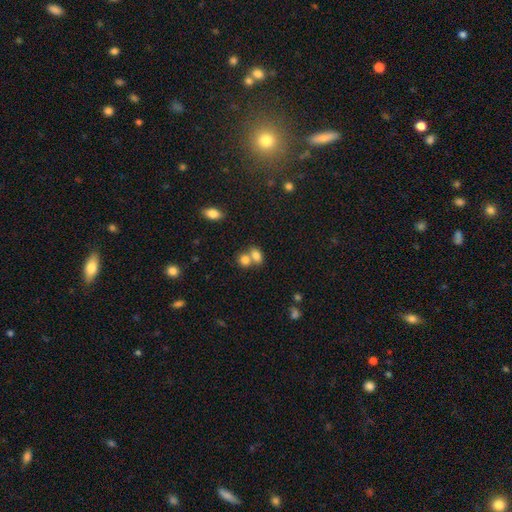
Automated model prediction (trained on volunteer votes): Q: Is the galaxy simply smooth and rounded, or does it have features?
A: smooth — 79%.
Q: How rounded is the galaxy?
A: in between — 71%.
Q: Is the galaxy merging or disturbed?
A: merger — 56%.